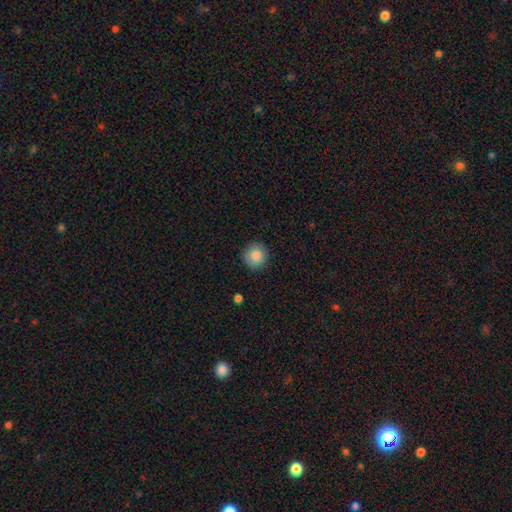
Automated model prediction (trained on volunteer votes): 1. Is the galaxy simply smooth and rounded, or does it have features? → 85% smooth, 8% star or artifact, 7% featured or disk.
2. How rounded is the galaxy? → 91% round, 8% in between, 1% cigar-shaped.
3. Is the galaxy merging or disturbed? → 87% none, 10% minor disturbance, 2% major disturbance, 1% merger.